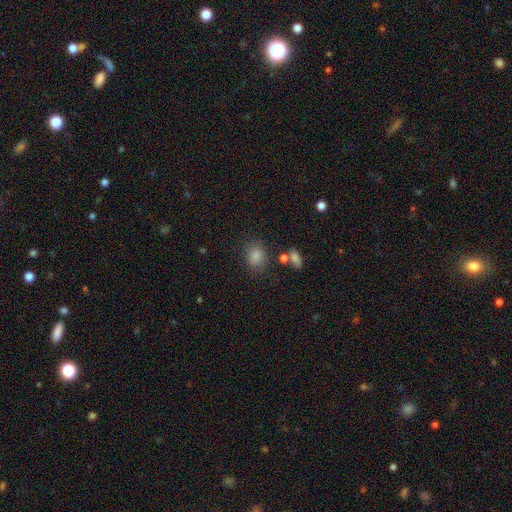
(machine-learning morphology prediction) Smooth or featured? Predicted: smooth (p=0.79). How rounded? Predicted: round (p=0.54). Merging? Predicted: none (p=0.79).